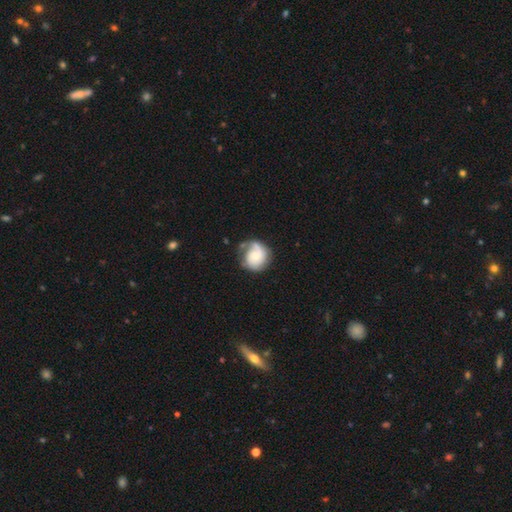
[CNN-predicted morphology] This appears to be a featured or disk galaxy (59%) with no bar (68%), 1 (43%) tight (41%) spiral arms (87%) and a small central bulge (47%). Merging: none (52%).